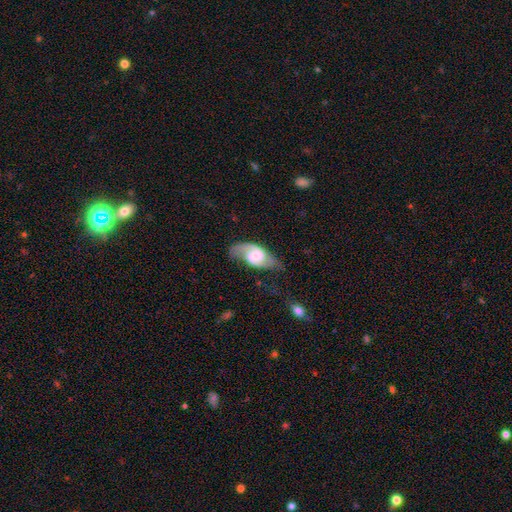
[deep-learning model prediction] Smooth or featured? Predicted: featured or disk (p=0.74). Edge-on disk? Predicted: no (p=0.96). Bar? Predicted: no (p=0.55). Spiral arms? Predicted: yes (p=0.92). Spiral winding? Predicted: medium (p=0.45). Spiral arm count? Predicted: 2 (p=0.74). Bulge size? Predicted: small (p=0.40). Merging? Predicted: none (p=0.47).